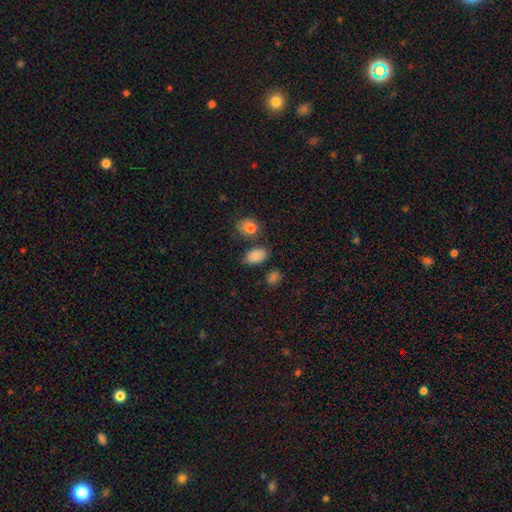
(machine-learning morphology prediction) This is clearly a smooth galaxy (84%). How rounded: clearly in between (88%). Merging: likely none (74%).